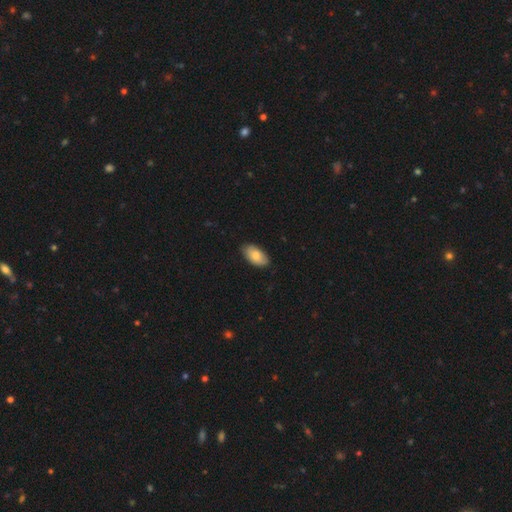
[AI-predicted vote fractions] smooth_or_featured: smooth (p=0.81) [alt: featured or disk p=0.13]
how_rounded: in between (p=0.95) [alt: round p=0.03]
merging: none (p=0.83) [alt: minor disturbance p=0.14]